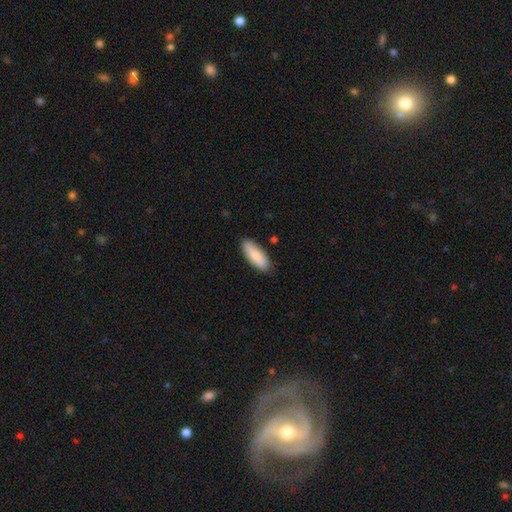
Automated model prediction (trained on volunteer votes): Smooth or featured?
  - smooth: 83% *
  - featured or disk: 11%
  - star or artifact: 6%
How rounded?
  - in between: 68% *
  - cigar-shaped: 30%
  - round: 2%
Merging?
  - none: 84% *
  - minor disturbance: 12%
  - major disturbance: 2%
  - merger: 1%